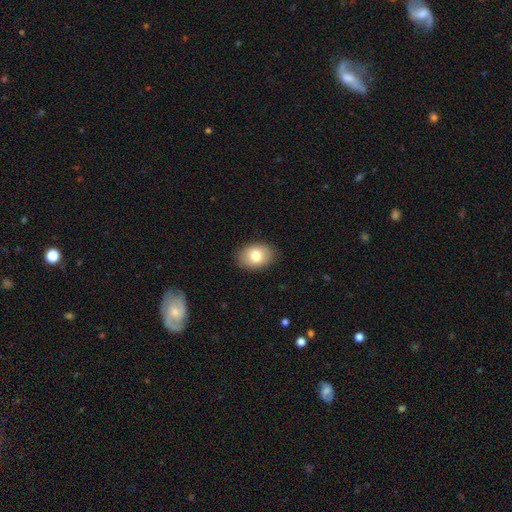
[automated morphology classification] Smooth or featured? smooth (80%)
How rounded? in between (78%)
Merging? none (88%)